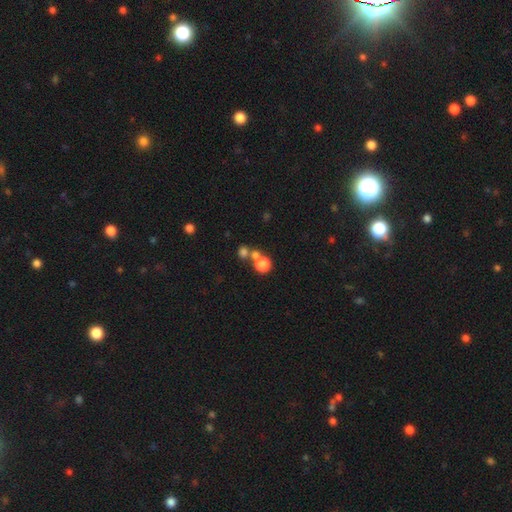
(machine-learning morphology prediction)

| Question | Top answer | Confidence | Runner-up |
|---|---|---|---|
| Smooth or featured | smooth | 60% | star or artifact (28%) |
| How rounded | round | 86% | in between (13%) |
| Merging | none | 56% | merger (34%) |